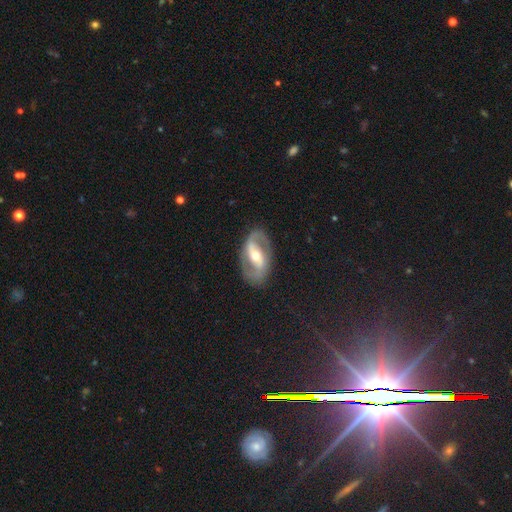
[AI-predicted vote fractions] Smooth or featured: featured or disk — 84% (smooth — 11%)
Edge-on disk: no — 96% (yes — 4%)
Bar: strong — 48% (weak — 33%)
Spiral arms: yes — 87% (no — 13%)
Spiral winding: medium — 47% (loose — 27%)
Spiral arm count: 2 — 90% (can't tell — 4%)
Bulge size: moderate — 67% (small — 27%)
Merging: none — 83% (minor disturbance — 11%)